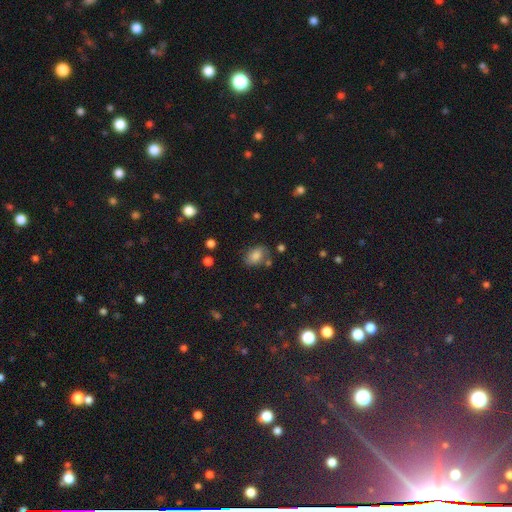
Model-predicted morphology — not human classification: This is likely a smooth galaxy (78%). How rounded: clearly in between (81%). Merging: likely none (64%).